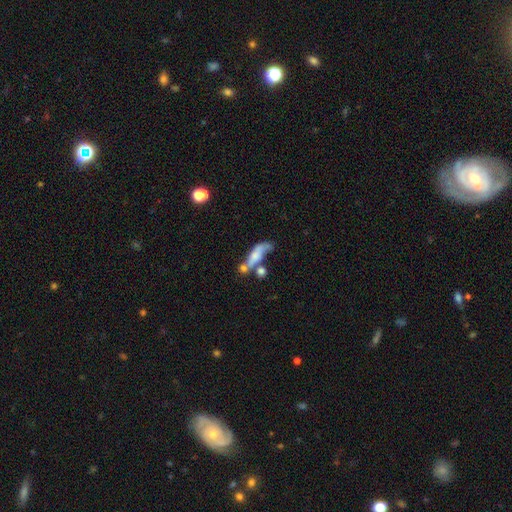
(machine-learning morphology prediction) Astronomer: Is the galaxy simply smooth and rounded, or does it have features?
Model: smooth — 51% (runner-up: featured or disk, 39%).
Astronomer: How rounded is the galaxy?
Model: in between — 48% (runner-up: cigar-shaped, 46%).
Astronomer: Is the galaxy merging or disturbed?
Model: merger — 39% (runner-up: none, 23%).